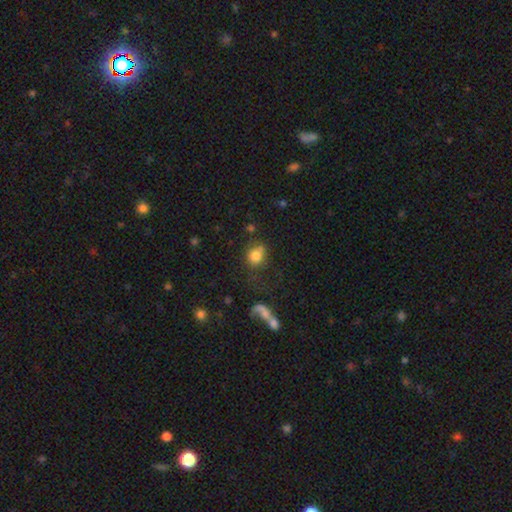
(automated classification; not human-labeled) This is likely a smooth galaxy (78%). How rounded: likely round (71%). Merging: possibly none (54%).